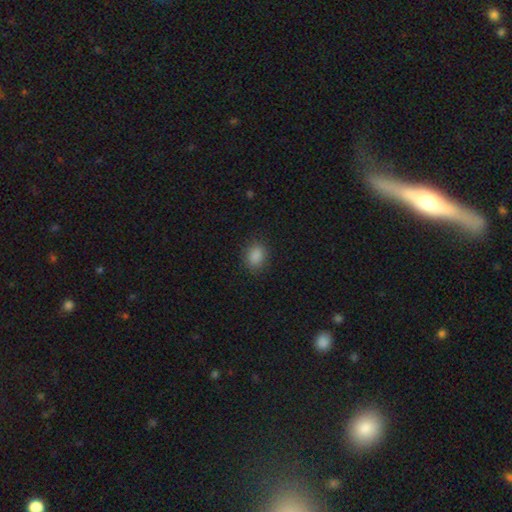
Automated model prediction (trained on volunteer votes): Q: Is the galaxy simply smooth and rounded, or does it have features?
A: smooth — 87%.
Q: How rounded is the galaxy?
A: in between — 58%.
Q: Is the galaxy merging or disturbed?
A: none — 85%.